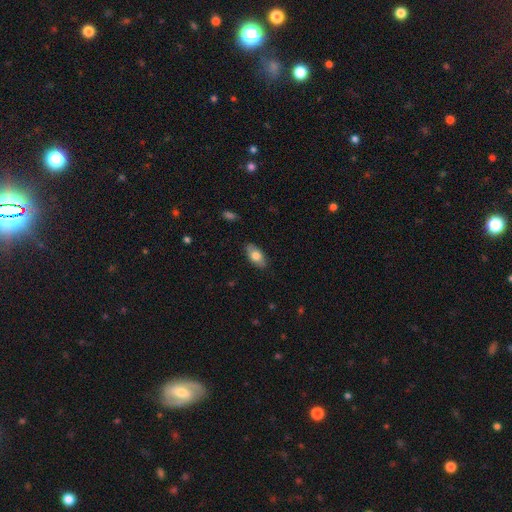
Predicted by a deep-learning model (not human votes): Overall: smooth (74%). How rounded: in between (91%). Merging: none (85%).